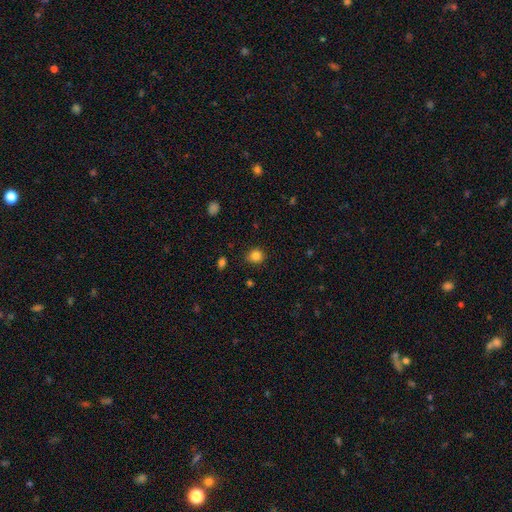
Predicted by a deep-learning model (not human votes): The model was most divided on "how rounded": round: 83%, in between: 16%, cigar-shaped: 1%. More confident: merging — none (87%); smooth or featured — smooth (84%).